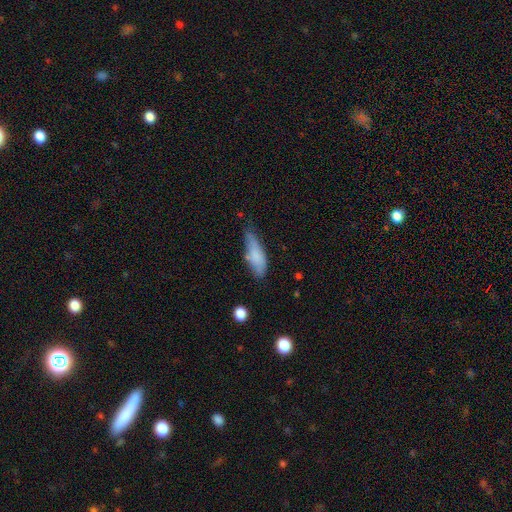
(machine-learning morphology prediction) Q: Smooth or featured?
A: smooth (76%); runner-up: featured or disk (17%)
Q: How rounded?
A: in between (55%); runner-up: cigar-shaped (43%)
Q: Merging?
A: none (49%); runner-up: minor disturbance (37%)